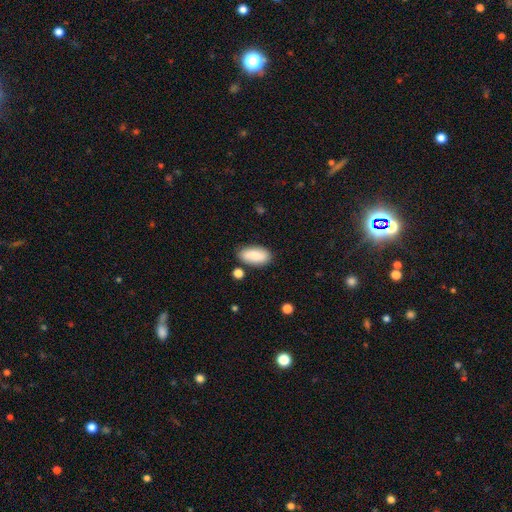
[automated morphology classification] A smooth galaxy with no disk features (84%) that is in between round and cigar-shaped (93%).

Vote fractions:
- Smooth or featured? smooth: 84% / featured or disk: 9% / star or artifact: 7%
- How rounded? in between: 93% / cigar-shaped: 4% / round: 3%
- Merging? none: 80% / minor disturbance: 13% / merger: 4% / major disturbance: 3%